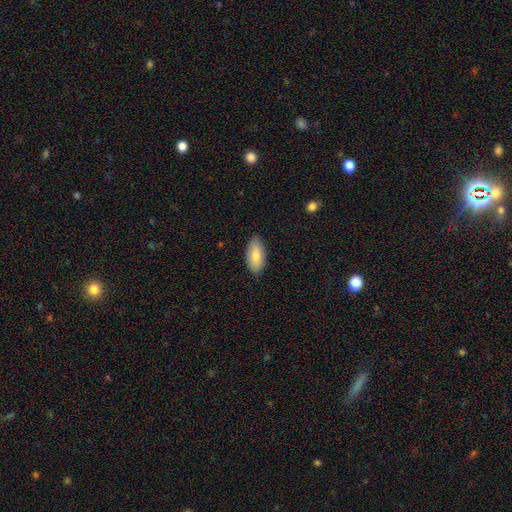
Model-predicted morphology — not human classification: smooth 81%, featured or disk 13%, star or artifact 6%. Down the decision tree: how rounded — in between (87%); merging — none (84%).